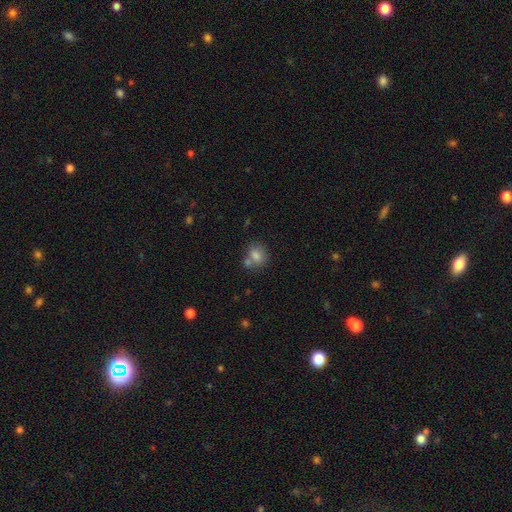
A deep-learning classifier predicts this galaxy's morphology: smooth-or-featured: smooth: 79% | star or artifact: 11% | featured or disk: 10%
  how-rounded: round: 61% | in between: 38% | cigar-shaped: 1%
  merging: none: 55% | merger: 28% | minor disturbance: 13% | major disturbance: 4%